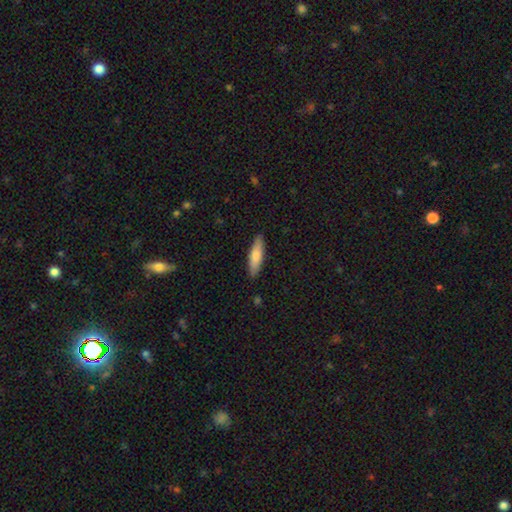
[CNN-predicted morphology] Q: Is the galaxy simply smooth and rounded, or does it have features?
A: smooth — 72%.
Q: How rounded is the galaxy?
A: cigar-shaped — 69%.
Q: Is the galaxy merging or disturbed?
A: none — 89%.